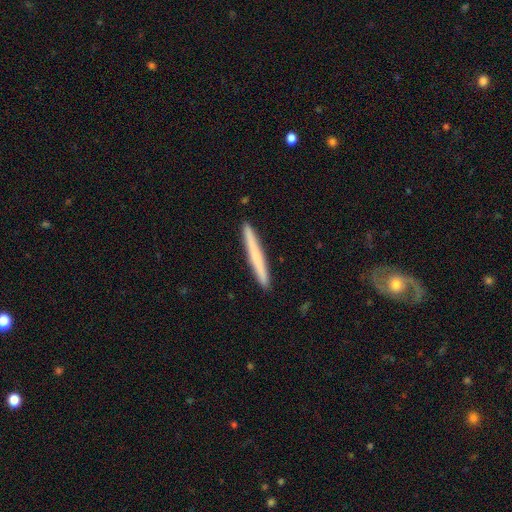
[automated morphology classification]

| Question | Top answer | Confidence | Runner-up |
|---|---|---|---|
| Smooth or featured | smooth | 62% | featured or disk (32%) |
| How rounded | cigar-shaped | 97% | in between (2%) |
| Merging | none | 92% | minor disturbance (6%) |